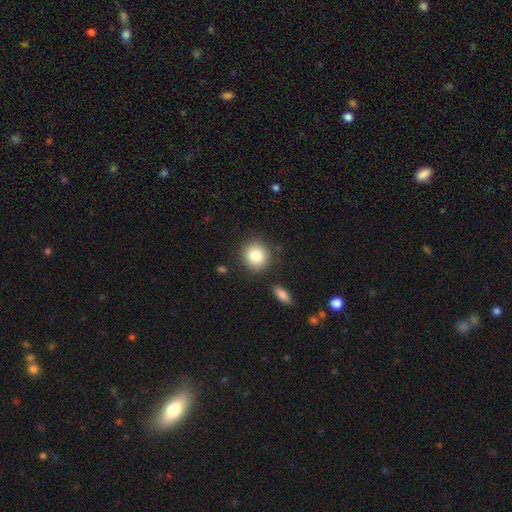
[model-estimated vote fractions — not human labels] Smooth or featured? smooth (83%)
How rounded? round (87%)
Merging? none (85%)